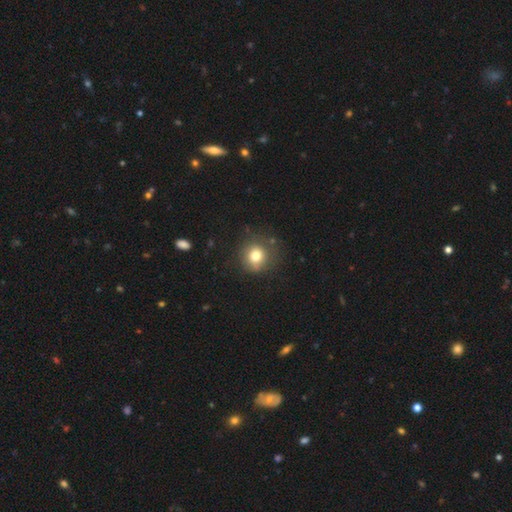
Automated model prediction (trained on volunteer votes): smooth-or-featured: smooth: 77% | star or artifact: 12% | featured or disk: 11%
  how-rounded: round: 89% | in between: 10% | cigar-shaped: 1%
  merging: none: 79% | minor disturbance: 14% | major disturbance: 5% | merger: 2%